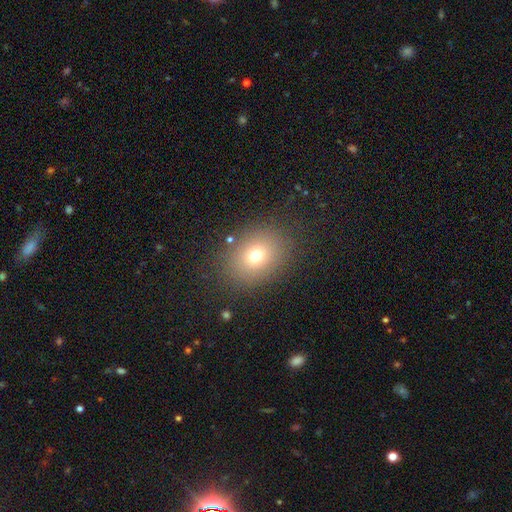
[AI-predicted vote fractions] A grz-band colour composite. It shows a smooth galaxy with no disk features (71%) that is in between round and cigar-shaped (52%). Merging: none (83%).